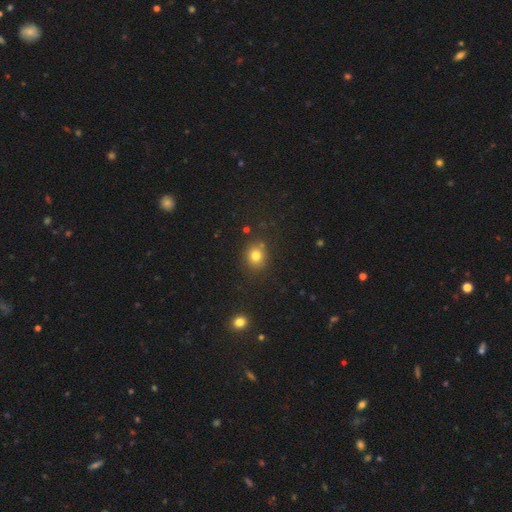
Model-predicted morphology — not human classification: Smooth or featured? smooth (79%)
How rounded? round (77%)
Merging? none (81%)